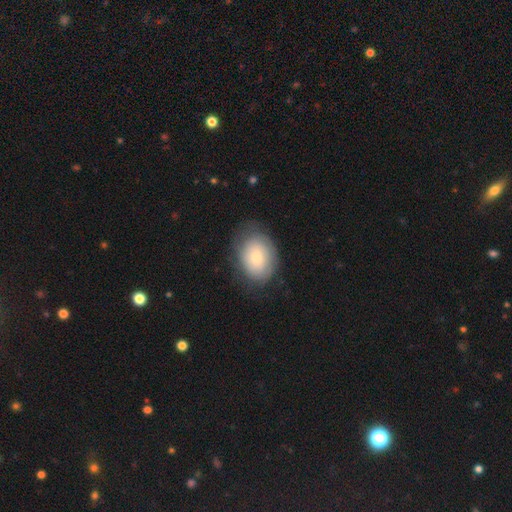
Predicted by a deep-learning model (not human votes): Morphology: type=smooth (68%); roundness=in between (74%); merging=none (69%).